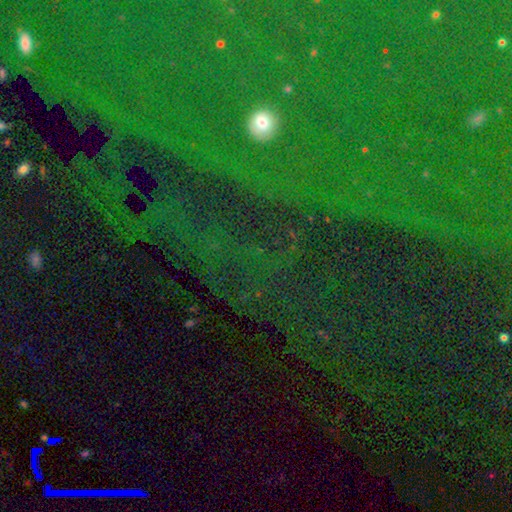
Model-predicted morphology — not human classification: Q: Smooth or featured?
A: star or artifact (73%); runner-up: smooth (14%)